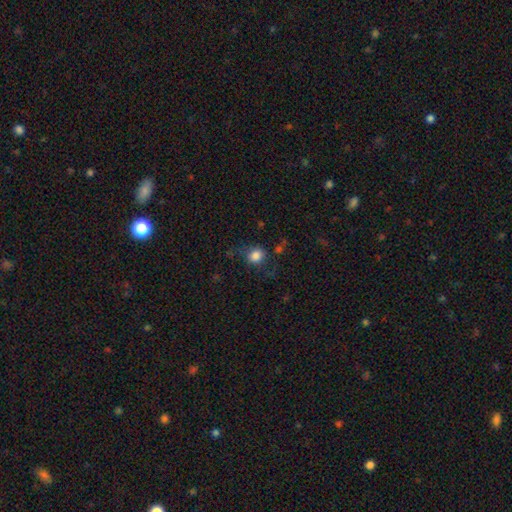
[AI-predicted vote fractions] This is likely a smooth galaxy (80%). How rounded: likely round (76%). Merging: likely none (62%).